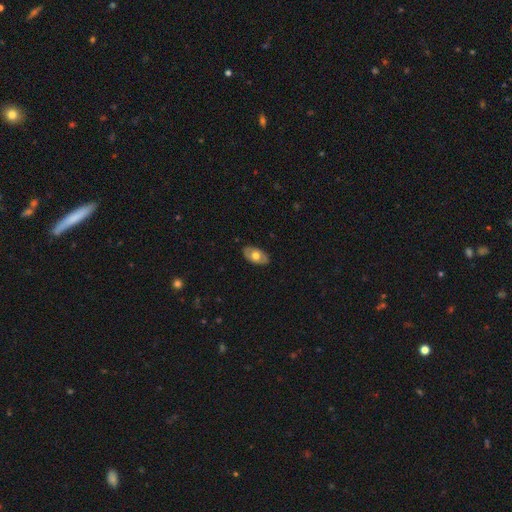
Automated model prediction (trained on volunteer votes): smooth-or-featured: smooth: 58% | featured or disk: 36% | star or artifact: 6%
  how-rounded: in between: 92% | round: 6% | cigar-shaped: 2%
  merging: none: 85% | minor disturbance: 12% | major disturbance: 2% | merger: 1%